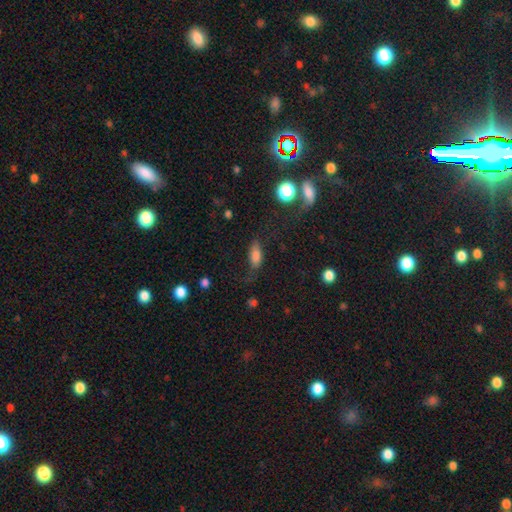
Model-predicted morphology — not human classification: smooth 71%, featured or disk 18%, star or artifact 11%. Down the decision tree: how rounded — in between (78%); merging — none (53%).